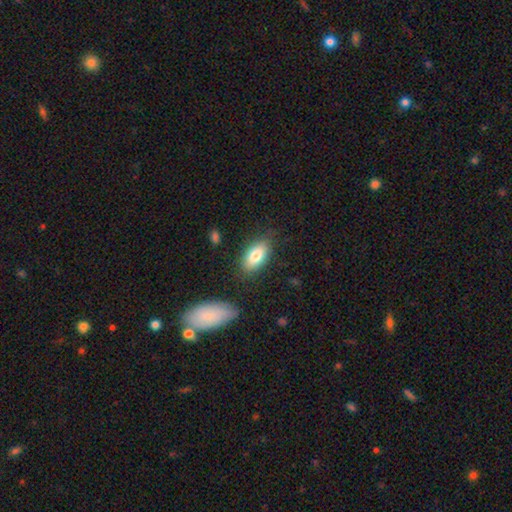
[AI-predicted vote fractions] Smooth or featured: smooth — 79% (featured or disk — 14%)
How rounded: in between — 88% (cigar-shaped — 8%)
Merging: none — 82% (minor disturbance — 12%)